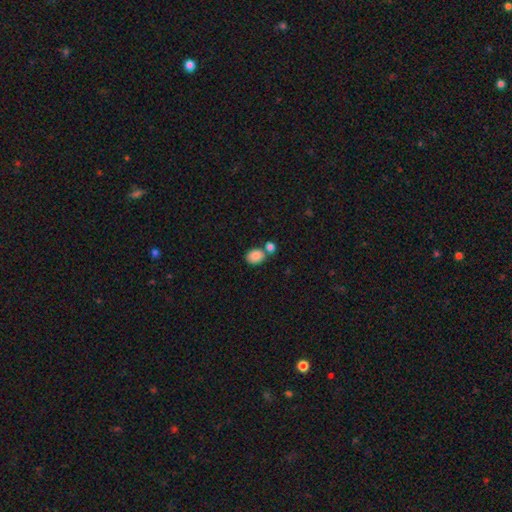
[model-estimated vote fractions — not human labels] smooth 87%, star or artifact 8%, featured or disk 5%. Down the decision tree: how rounded — in between (64%); merging — none (54%).